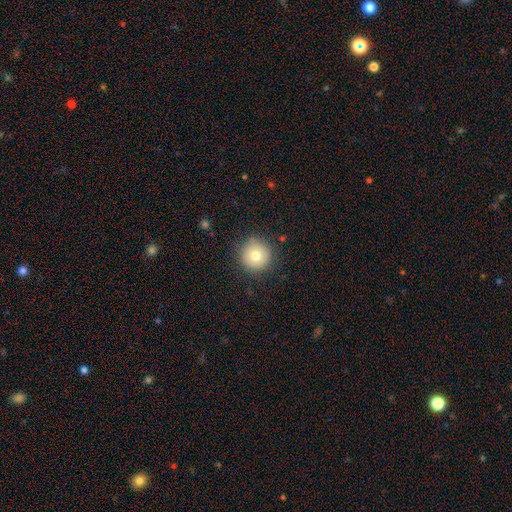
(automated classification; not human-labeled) Smooth or featured: smooth — 75% (featured or disk — 14%)
How rounded: round — 95% (in between — 4%)
Merging: none — 87% (minor disturbance — 9%)